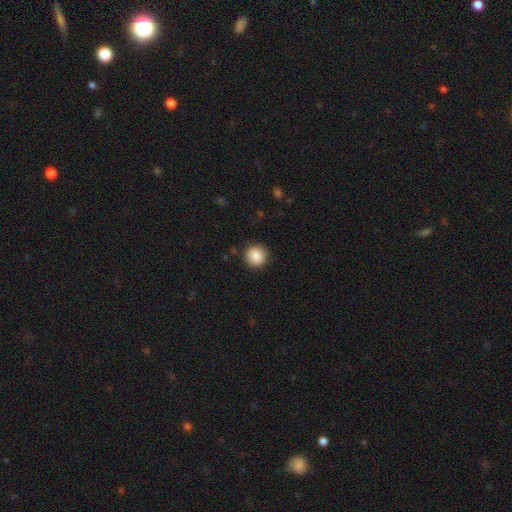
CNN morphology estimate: This appears to be a smooth galaxy with no disk features (86%) that is round (93%). Merging: none (90%).